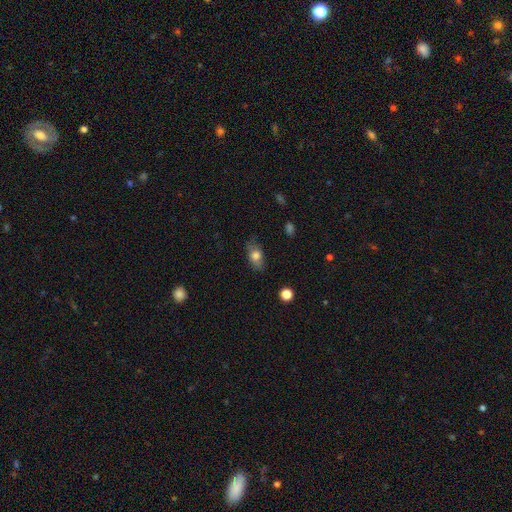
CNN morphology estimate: The model was most divided on "smooth or featured": smooth: 72%, featured or disk: 19%, star or artifact: 9%. More confident: how rounded — in between (83%); merging — none (75%).